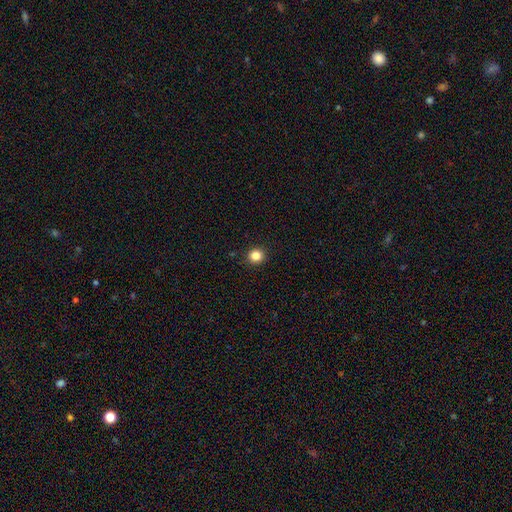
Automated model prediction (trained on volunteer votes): Q: Smooth or featured?
A: smooth (84%); runner-up: star or artifact (12%)
Q: How rounded?
A: round (90%); runner-up: in between (9%)
Q: Merging?
A: none (92%); runner-up: minor disturbance (5%)